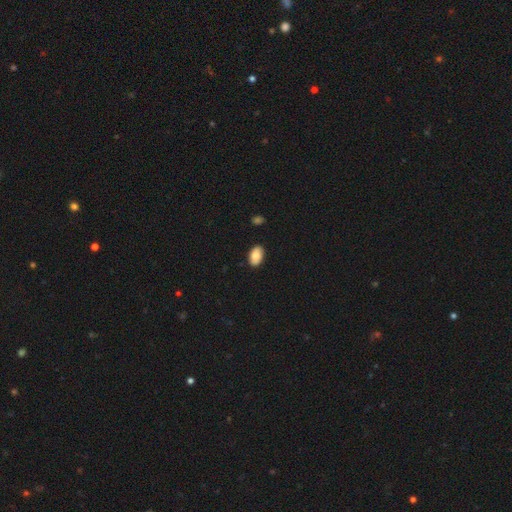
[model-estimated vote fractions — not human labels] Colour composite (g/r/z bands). It shows a smooth galaxy with no disk features (84%) that is in between round and cigar-shaped (92%). Merging: none (87%).